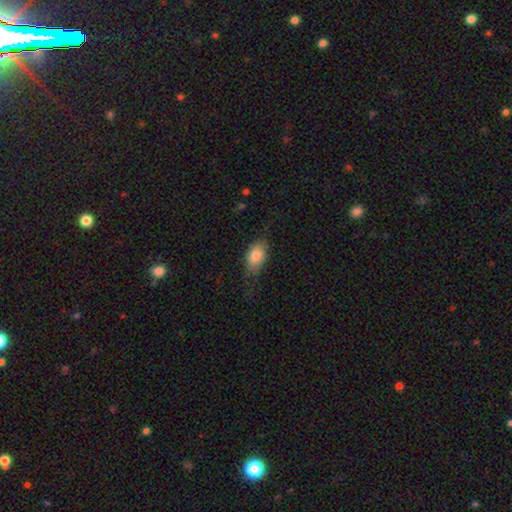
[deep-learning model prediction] smooth_or_featured: smooth (p=0.82) [alt: featured or disk p=0.11]
how_rounded: in between (p=0.88) [alt: round p=0.08]
merging: none (p=0.63) [alt: minor disturbance p=0.26]